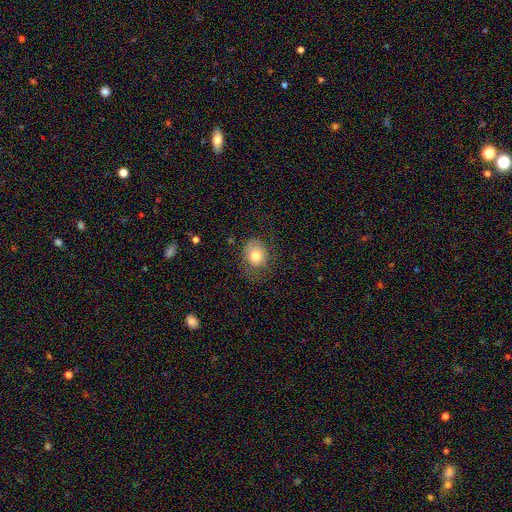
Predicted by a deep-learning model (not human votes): smooth_or_featured: smooth (p=0.73) [alt: featured or disk p=0.18]
how_rounded: round (p=0.52) [alt: in between p=0.47]
merging: none (p=0.57) [alt: minor disturbance p=0.24]